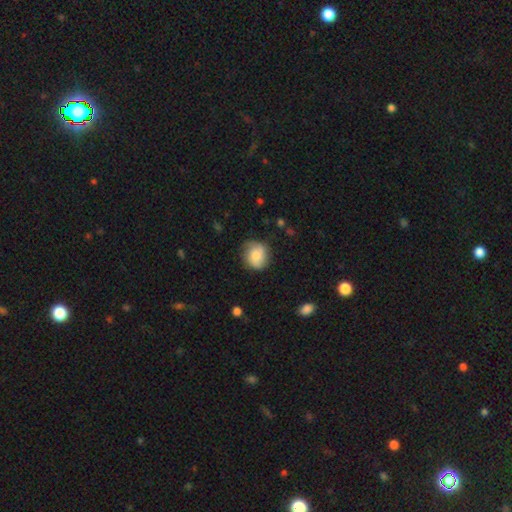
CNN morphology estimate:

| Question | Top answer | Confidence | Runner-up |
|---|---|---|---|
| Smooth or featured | smooth | 74% | featured or disk (19%) |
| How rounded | round | 77% | in between (22%) |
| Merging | none | 72% | minor disturbance (21%) |